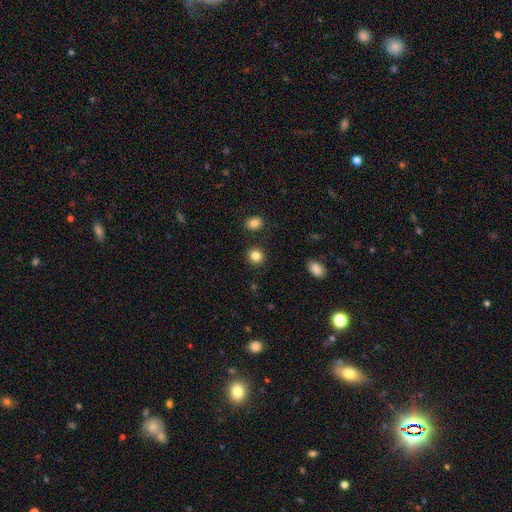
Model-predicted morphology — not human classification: Q: Smooth or featured?
A: smooth (84%); runner-up: star or artifact (11%)
Q: How rounded?
A: round (88%); runner-up: in between (11%)
Q: Merging?
A: none (90%); runner-up: minor disturbance (6%)